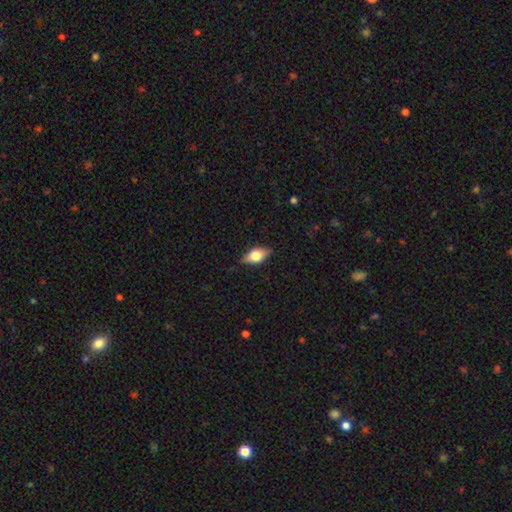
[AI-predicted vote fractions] Smooth or featured: smooth — 50% (featured or disk — 42%)
How rounded: in between — 81% (cigar-shaped — 11%)
Merging: none — 84% (minor disturbance — 12%)